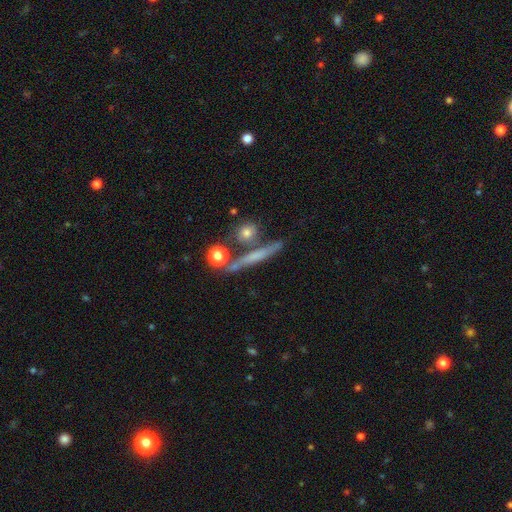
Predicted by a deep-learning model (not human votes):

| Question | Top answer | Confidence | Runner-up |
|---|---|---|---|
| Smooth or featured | smooth | 45% | tied: featured or disk (45%) |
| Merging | none | 71% | minor disturbance (13%) |